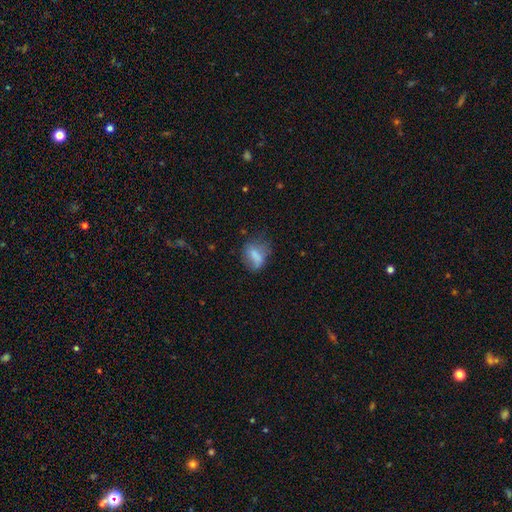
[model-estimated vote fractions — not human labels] Smooth or featured: smooth — 70% (featured or disk — 20%)
How rounded: in between — 72% (round — 24%)
Merging: none — 45% (minor disturbance — 31%)